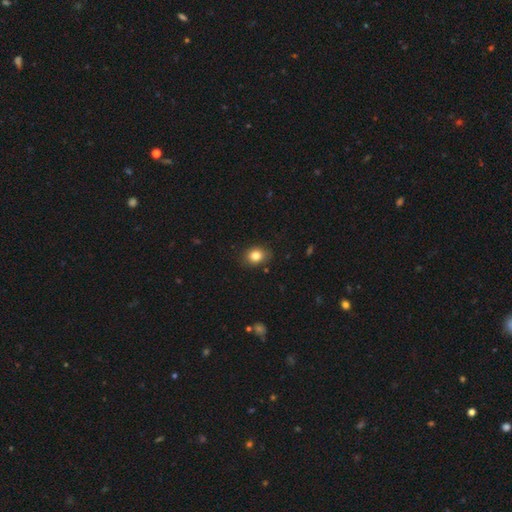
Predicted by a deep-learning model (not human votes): Smooth or featured?
  - smooth: 83% *
  - star or artifact: 10%
  - featured or disk: 7%
How rounded?
  - in between: 53% *
  - round: 46%
  - cigar-shaped: 1%
Merging?
  - none: 85% *
  - minor disturbance: 11%
  - major disturbance: 2%
  - merger: 1%